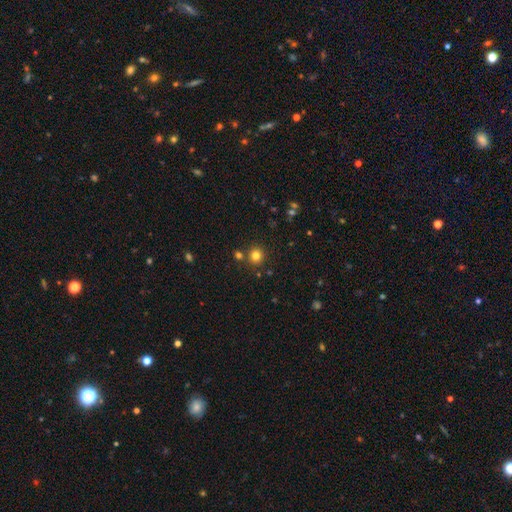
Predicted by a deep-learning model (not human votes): Morphology: type=smooth (78%); roundness=round (92%); merging=none (83%).